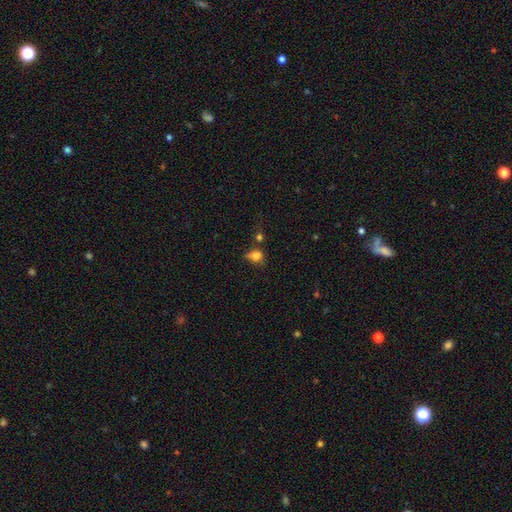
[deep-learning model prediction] Smooth or featured? smooth (76%)
How rounded? round (50%)
Merging? none (39%)